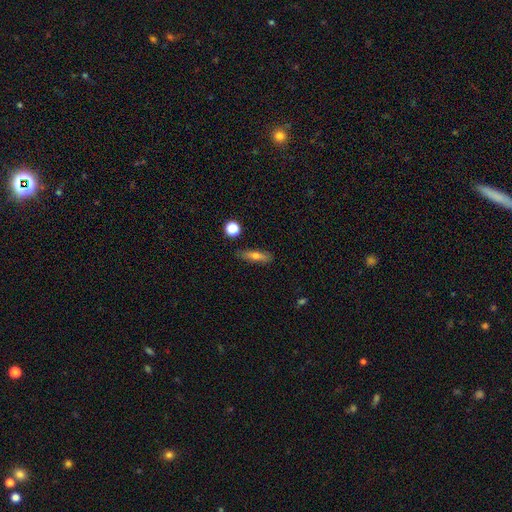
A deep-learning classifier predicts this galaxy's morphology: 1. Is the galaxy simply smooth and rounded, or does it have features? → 65% smooth, 26% featured or disk, 8% star or artifact.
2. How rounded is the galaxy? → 62% cigar-shaped, 33% in between, 4% round.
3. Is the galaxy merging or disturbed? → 83% none, 12% minor disturbance, 3% major disturbance, 2% merger.